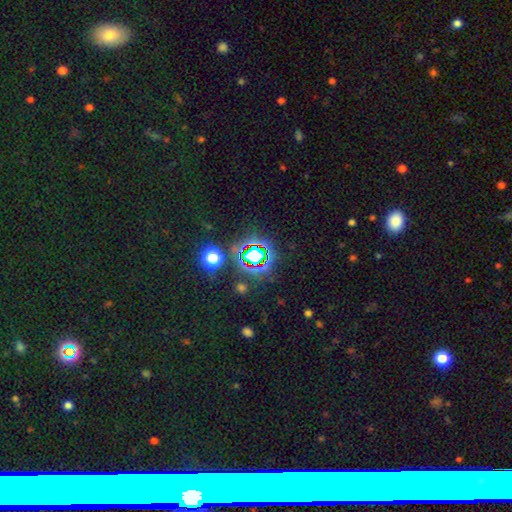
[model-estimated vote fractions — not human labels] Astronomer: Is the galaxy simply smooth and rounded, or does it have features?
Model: star or artifact — 72%.